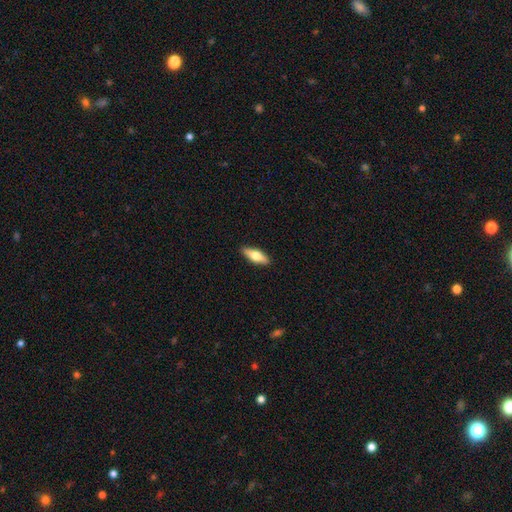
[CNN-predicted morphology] A smooth galaxy with no disk features (59%) that is in between round and cigar-shaped (60%). Merging: none (90%).